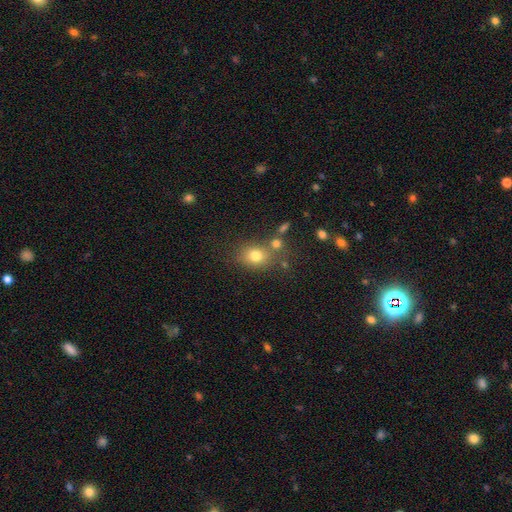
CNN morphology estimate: Smooth or featured: smooth — 77% (star or artifact — 13%)
How rounded: round — 51% (in between — 47%)
Merging: none — 64% (merger — 17%)